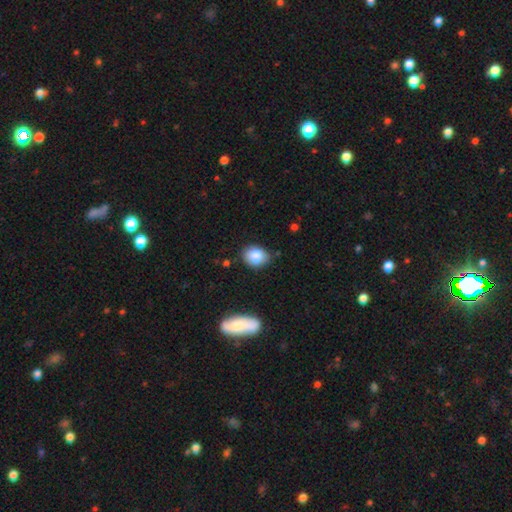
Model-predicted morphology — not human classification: A smooth galaxy with no disk features (83%) that is in between round and cigar-shaped (54%). Merging: none (78%).